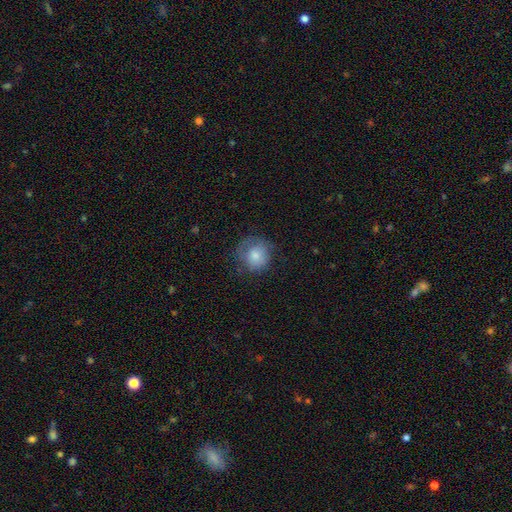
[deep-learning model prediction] The model was most divided on "merging": none: 62%, minor disturbance: 24%, major disturbance: 13%, merger: 1%. More confident: how rounded — round (86%); smooth or featured — smooth (76%).